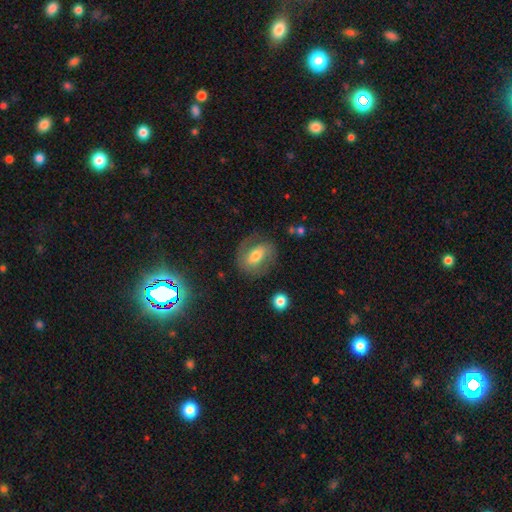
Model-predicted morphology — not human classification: Smooth or featured? Predicted: featured or disk (p=0.57). Edge-on disk? Predicted: no (p=0.95). Bar? Predicted: weak (p=0.42). Spiral arms? Predicted: yes (p=0.81). Bulge size? Predicted: moderate (p=0.63). Merging? Predicted: none (p=0.70).